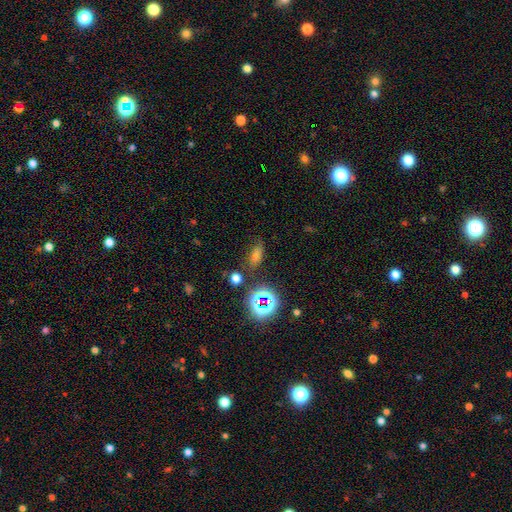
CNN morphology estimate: smooth_or_featured: smooth (p=0.54) [alt: star or artifact p=0.35]
how_rounded: in between (p=0.65) [alt: cigar-shaped p=0.19]
merging: none (p=0.75) [alt: minor disturbance p=0.14]